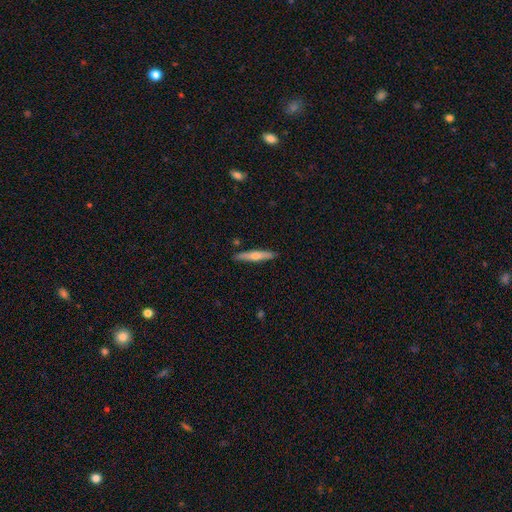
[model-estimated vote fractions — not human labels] Morphology: type=smooth (48%); merging=none (89%).